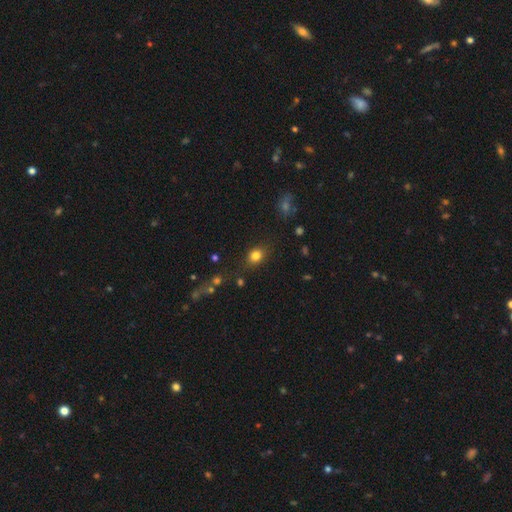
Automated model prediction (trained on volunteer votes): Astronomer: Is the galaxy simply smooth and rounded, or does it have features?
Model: smooth — 81%.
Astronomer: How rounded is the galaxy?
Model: round — 52% (runner-up: in between, 47%).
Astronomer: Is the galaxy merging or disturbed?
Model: none — 80%.